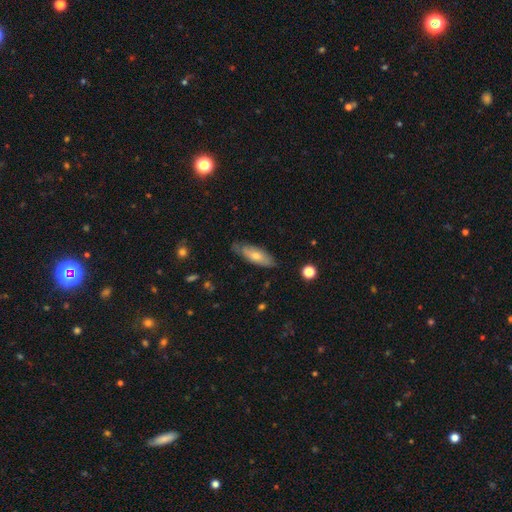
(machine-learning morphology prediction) A smooth galaxy with no disk features (52%) that is in between round and cigar-shaped (55%).

Vote fractions:
- Smooth or featured? smooth: 52% / featured or disk: 40% / star or artifact: 7%
- How rounded? in between: 55% / cigar-shaped: 43% / round: 3%
- Merging? none: 77% / minor disturbance: 18% / major disturbance: 3% / merger: 1%